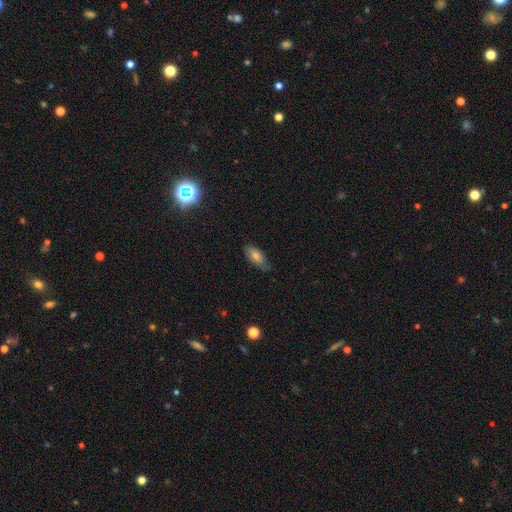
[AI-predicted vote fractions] Smooth or featured? Predicted: smooth (p=0.67). How rounded? Predicted: in between (p=0.84). Merging? Predicted: none (p=0.73).